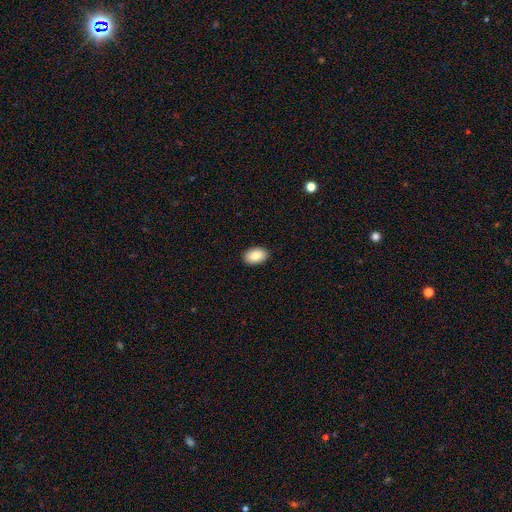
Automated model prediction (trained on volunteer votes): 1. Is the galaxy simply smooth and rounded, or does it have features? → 86% smooth, 7% featured or disk, 7% star or artifact.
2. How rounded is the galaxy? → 90% in between, 9% round, 1% cigar-shaped.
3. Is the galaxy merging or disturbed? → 90% none, 7% minor disturbance, 2% major disturbance, 1% merger.